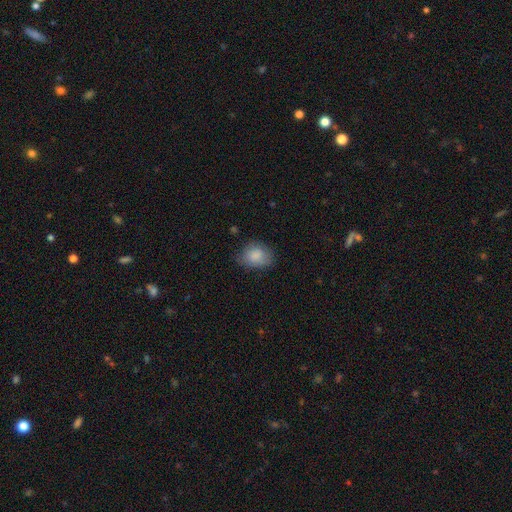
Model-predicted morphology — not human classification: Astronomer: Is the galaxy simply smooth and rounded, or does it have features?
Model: smooth — 85%.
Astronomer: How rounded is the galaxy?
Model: in between — 64%.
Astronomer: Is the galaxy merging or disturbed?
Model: none — 67%.